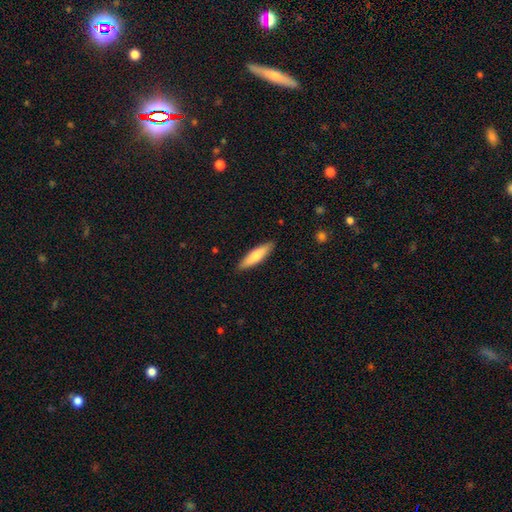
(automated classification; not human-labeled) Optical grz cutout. It shows a smooth galaxy with no disk features (74%) that is cigar-shaped (71%). Merging: none (89%).